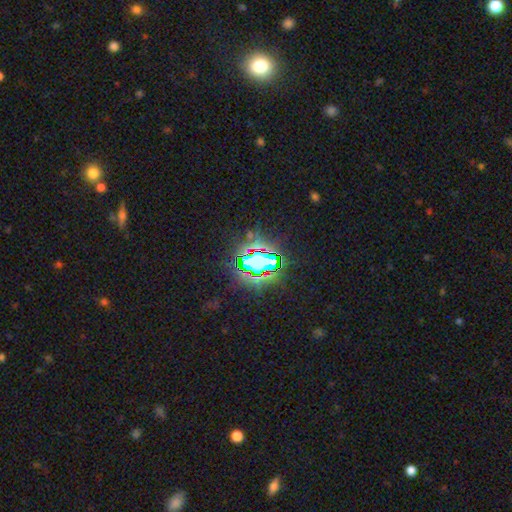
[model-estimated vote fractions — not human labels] This is likely a star or artifact rather than a galaxy (80%).